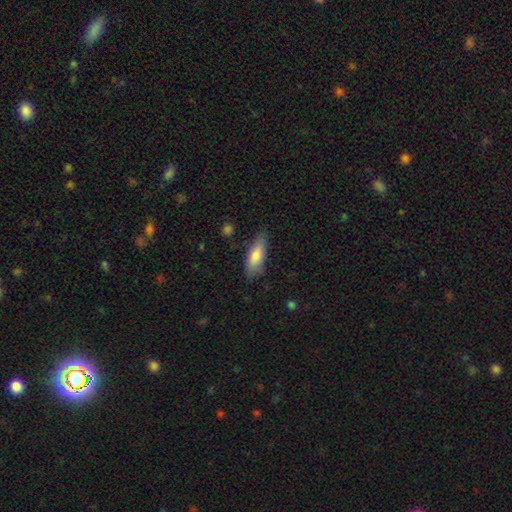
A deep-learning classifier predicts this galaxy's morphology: smooth-or-featured: smooth: 78% | featured or disk: 16% | star or artifact: 6%
  how-rounded: in between: 62% | cigar-shaped: 36% | round: 2%
  merging: none: 77% | minor disturbance: 18% | major disturbance: 4% | merger: 2%